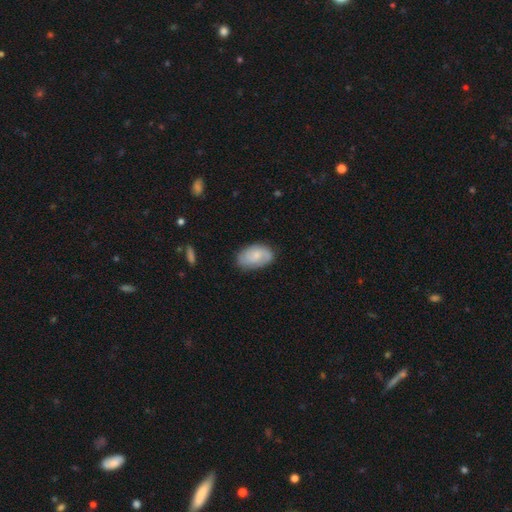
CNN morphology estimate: Q: Smooth or featured?
A: smooth (54%); runner-up: featured or disk (39%)
Q: How rounded?
A: in between (92%); runner-up: round (6%)
Q: Merging?
A: none (76%); runner-up: minor disturbance (18%)